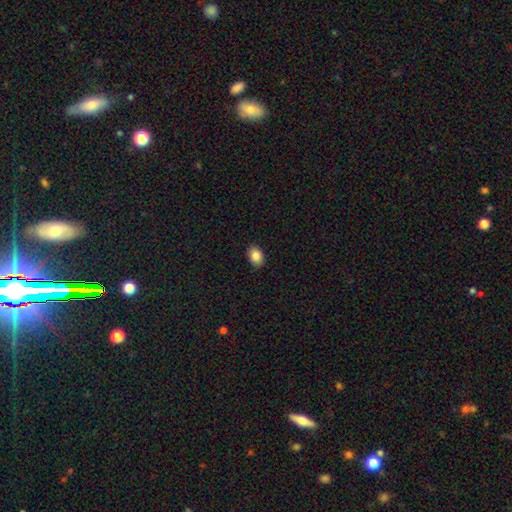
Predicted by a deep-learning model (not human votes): Smooth or featured: smooth — 87% (star or artifact — 8%)
How rounded: in between — 80% (round — 19%)
Merging: none — 89% (minor disturbance — 9%)